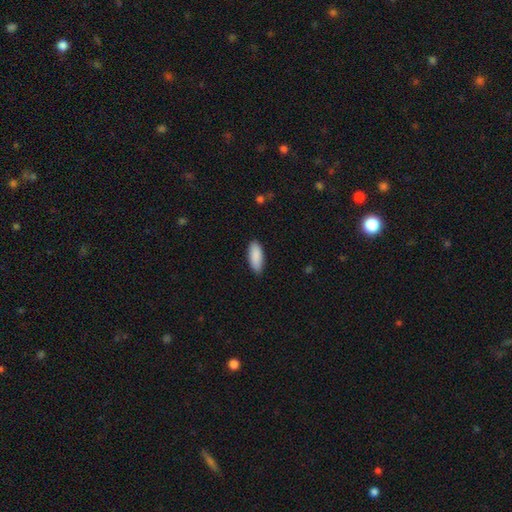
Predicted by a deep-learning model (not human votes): smooth 90%, star or artifact 5%, featured or disk 5%. Down the decision tree: how rounded — in between (80%); merging — none (87%).